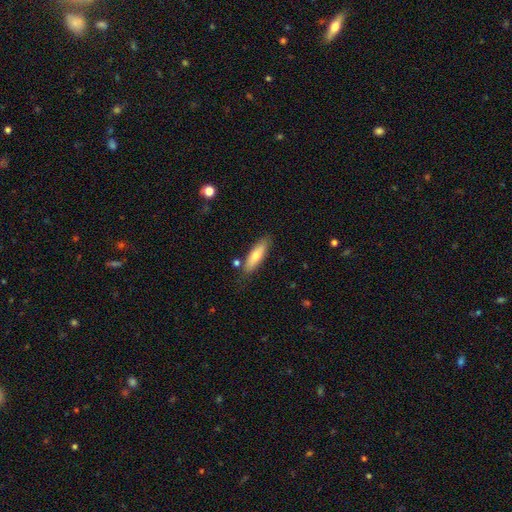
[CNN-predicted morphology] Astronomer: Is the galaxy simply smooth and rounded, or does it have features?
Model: smooth — 73%.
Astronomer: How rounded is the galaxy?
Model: cigar-shaped — 50% (runner-up: in between, 48%).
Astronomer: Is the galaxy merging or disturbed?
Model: none — 79%.